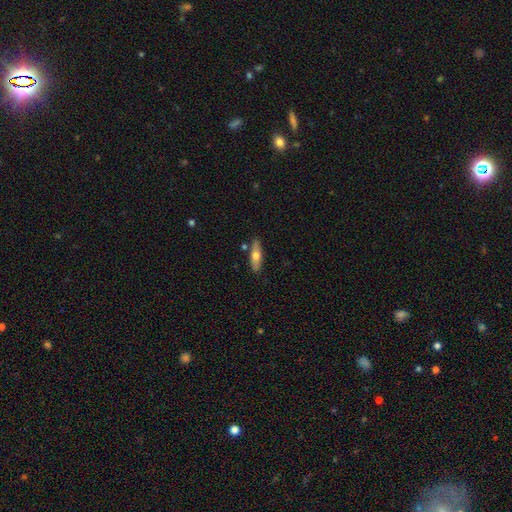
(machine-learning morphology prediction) smooth_or_featured: smooth (p=0.57) [alt: featured or disk p=0.37]
how_rounded: cigar-shaped (p=0.56) [alt: in between p=0.42]
merging: none (p=0.83) [alt: minor disturbance p=0.11]